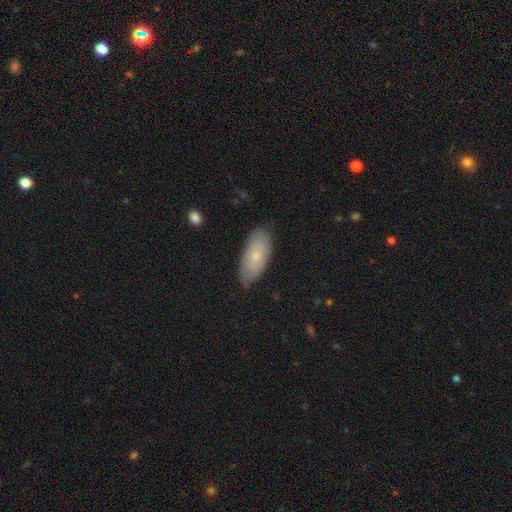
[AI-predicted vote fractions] Overall: smooth (62%; featured or disk 32%). How rounded: in between (87%). Merging: none (78%).